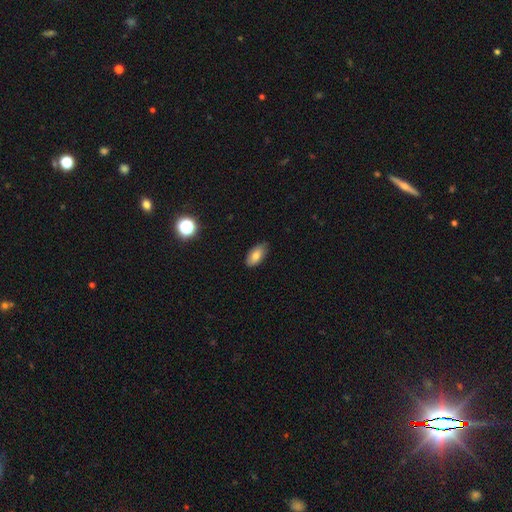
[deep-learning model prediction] Morphology: type=smooth (77%); roundness=in between (92%); merging=none (82%).